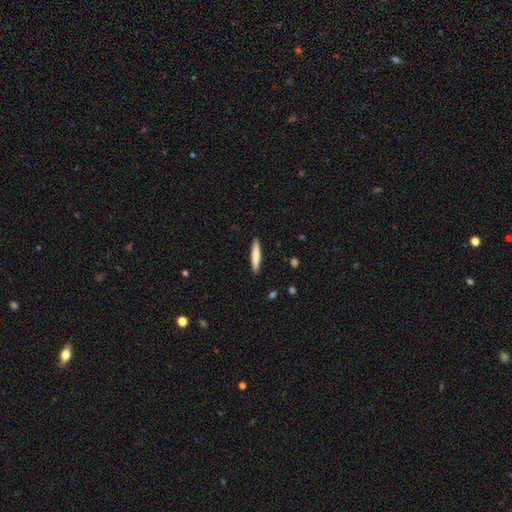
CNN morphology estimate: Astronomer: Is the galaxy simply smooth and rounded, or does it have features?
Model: smooth — 78%.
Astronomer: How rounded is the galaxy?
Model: cigar-shaped — 91%.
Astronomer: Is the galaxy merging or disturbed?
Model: none — 90%.